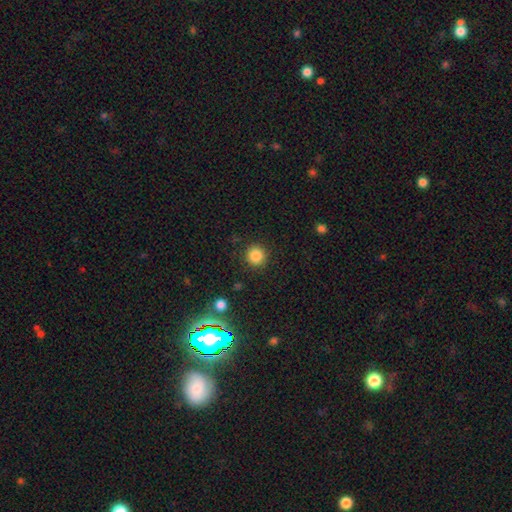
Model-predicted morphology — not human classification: This appears to be a smooth galaxy with no disk features (85%) that is round (93%). Merging: none (90%).